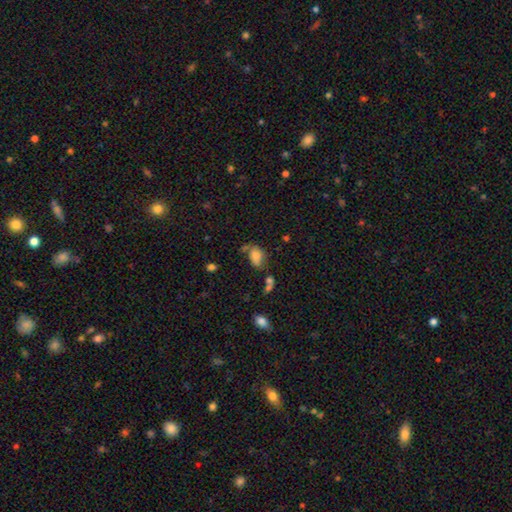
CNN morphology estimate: smooth-or-featured: smooth: 70% | featured or disk: 18% | star or artifact: 12%
  how-rounded: in between: 85% | round: 13% | cigar-shaped: 2%
  merging: none: 40% | minor disturbance: 26% | merger: 17% | major disturbance: 17%